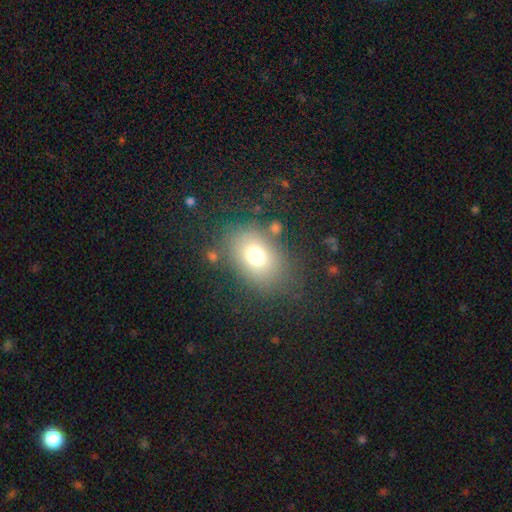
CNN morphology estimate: type=smooth (71%); roundness=in between (69%); merging=none (73%).